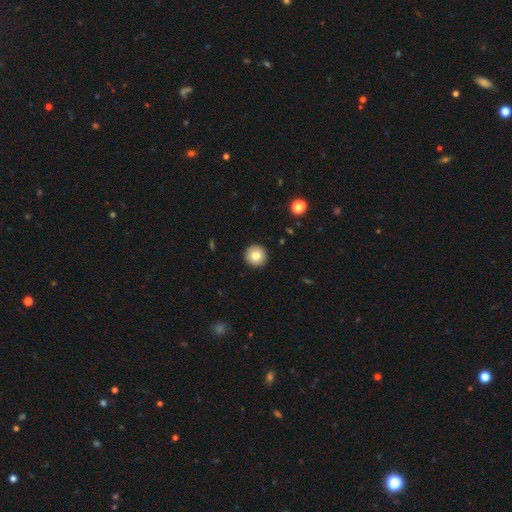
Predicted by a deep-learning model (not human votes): This is clearly a smooth galaxy (81%). How rounded: clearly round (96%). Merging: clearly none (93%).